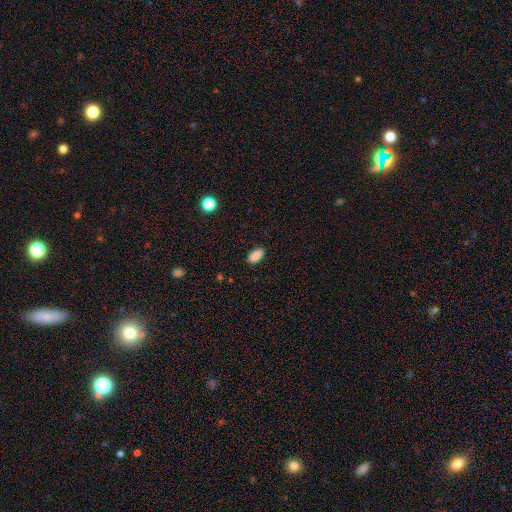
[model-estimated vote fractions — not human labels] Morphology: type=smooth (88%); roundness=in between (93%); merging=none (88%).